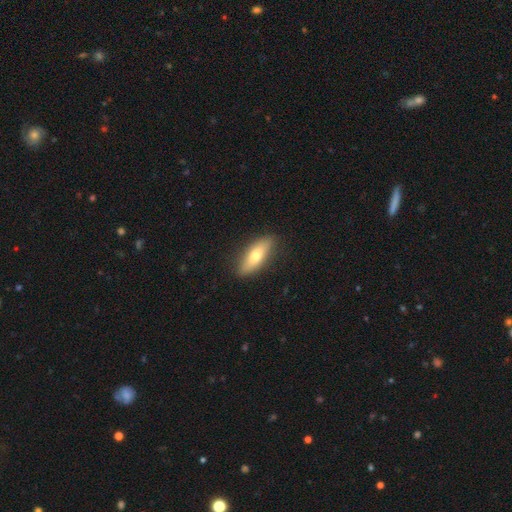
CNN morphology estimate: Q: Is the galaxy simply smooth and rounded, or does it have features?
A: smooth — 65%.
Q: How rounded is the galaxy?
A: in between — 55%.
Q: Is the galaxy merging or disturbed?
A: none — 87%.